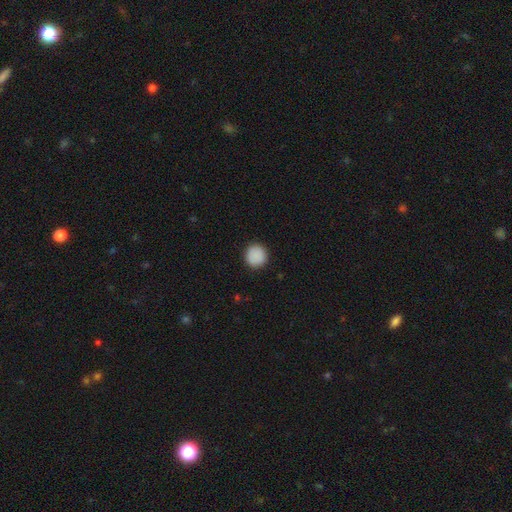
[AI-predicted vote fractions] Smooth or featured?
  - smooth: 89% *
  - star or artifact: 8%
  - featured or disk: 3%
How rounded?
  - round: 94% *
  - in between: 5%
  - cigar-shaped: 1%
Merging?
  - none: 91% *
  - minor disturbance: 6%
  - major disturbance: 2%
  - merger: 1%